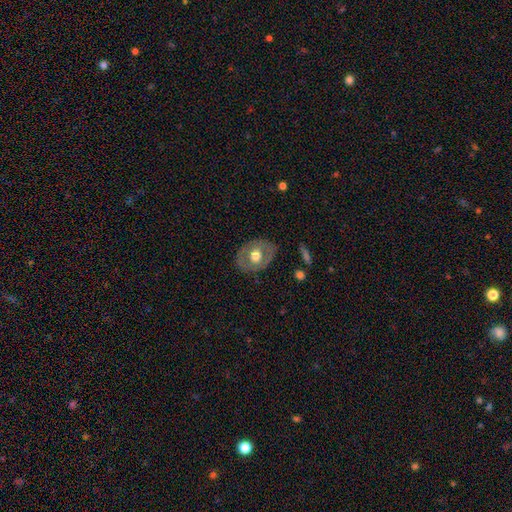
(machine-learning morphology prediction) A smooth galaxy with no disk features (47%). Merging: none (80%).